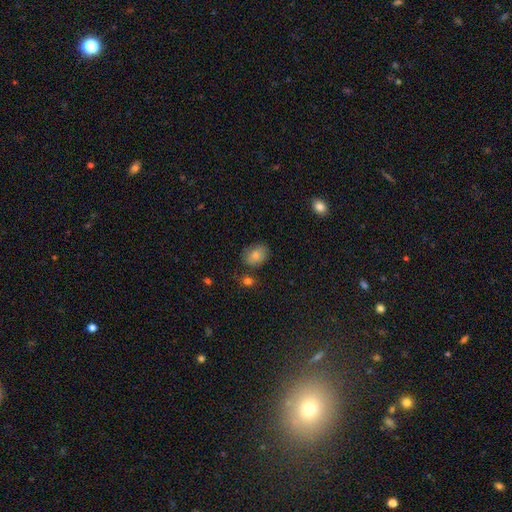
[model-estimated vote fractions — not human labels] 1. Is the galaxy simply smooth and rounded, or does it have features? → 80% smooth, 11% featured or disk, 9% star or artifact.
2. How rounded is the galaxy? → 72% in between, 27% round, 1% cigar-shaped.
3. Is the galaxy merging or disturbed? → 69% none, 21% minor disturbance, 5% major disturbance, 5% merger.